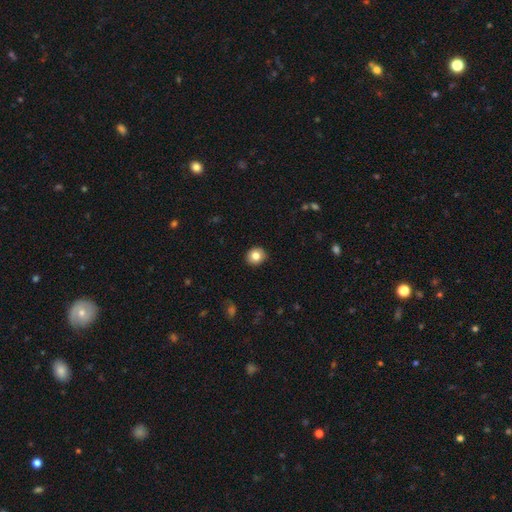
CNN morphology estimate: Smooth or featured? smooth (83%)
How rounded? round (82%)
Merging? none (91%)